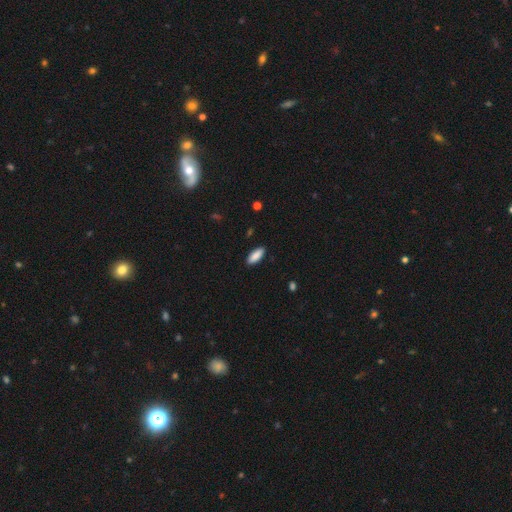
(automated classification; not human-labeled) A smooth galaxy with no disk features (90%) that is in between round and cigar-shaped (78%).

Vote fractions:
- Smooth or featured? smooth: 90% / star or artifact: 6% / featured or disk: 4%
- How rounded? in between: 78% / cigar-shaped: 21% / round: 2%
- Merging? none: 90% / minor disturbance: 8% / major disturbance: 2% / merger: 1%